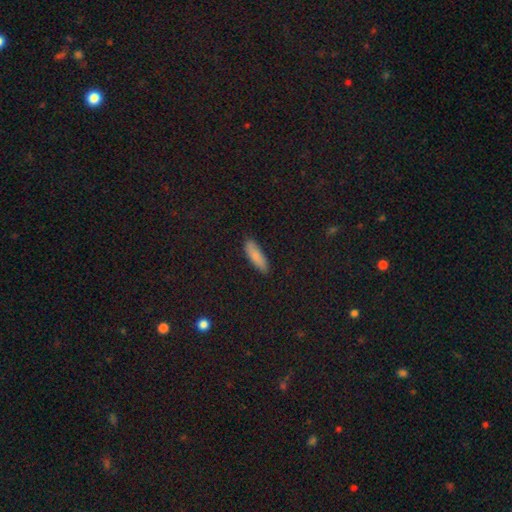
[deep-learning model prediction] This appears to be a smooth galaxy with no disk features (86%) that is cigar-shaped (51%). Merging: none (87%).